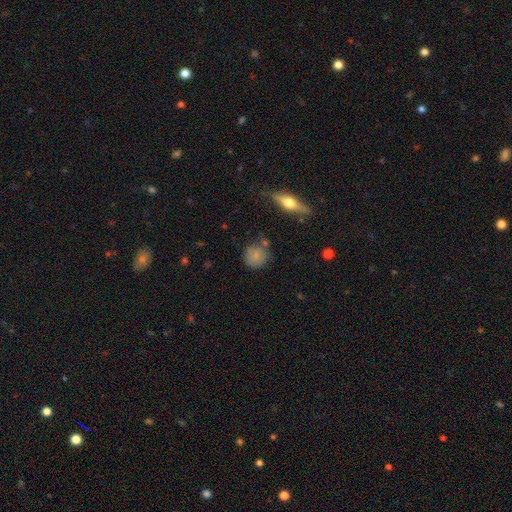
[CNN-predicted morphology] Smooth or featured: smooth — 74% (featured or disk — 16%)
How rounded: round — 83% (in between — 15%)
Merging: none — 68% (minor disturbance — 20%)